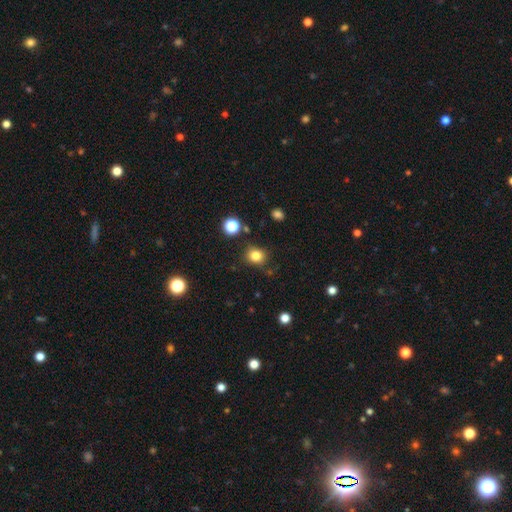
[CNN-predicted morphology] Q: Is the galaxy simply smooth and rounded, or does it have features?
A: smooth — 82%.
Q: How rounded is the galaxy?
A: round — 77%.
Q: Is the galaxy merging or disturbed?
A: none — 83%.